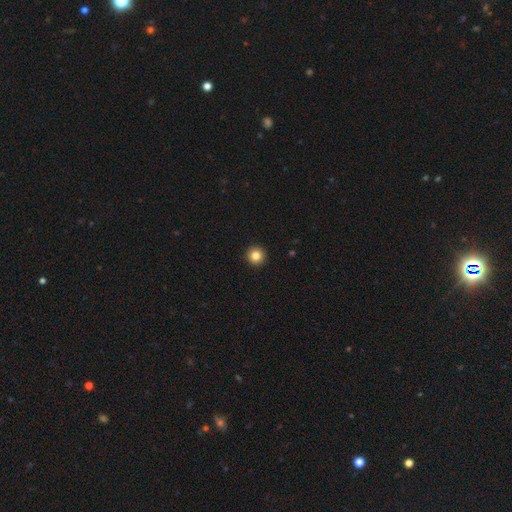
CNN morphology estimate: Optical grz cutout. It shows a smooth galaxy with no disk features (83%) that is round (96%). Merging: none (94%).